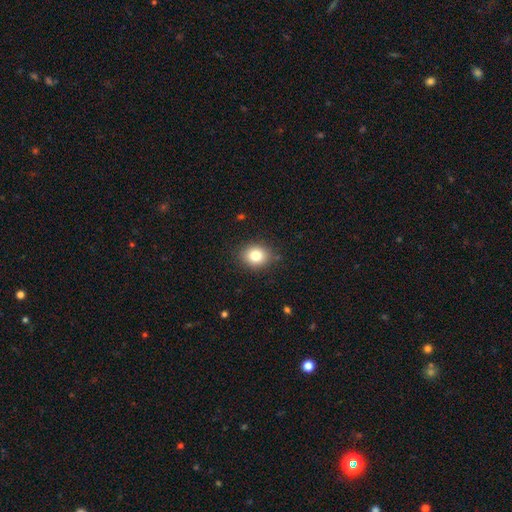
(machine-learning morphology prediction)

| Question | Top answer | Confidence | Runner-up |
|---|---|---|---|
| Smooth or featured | smooth | 82% | star or artifact (11%) |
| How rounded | round | 59% | in between (40%) |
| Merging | none | 87% | minor disturbance (10%) |